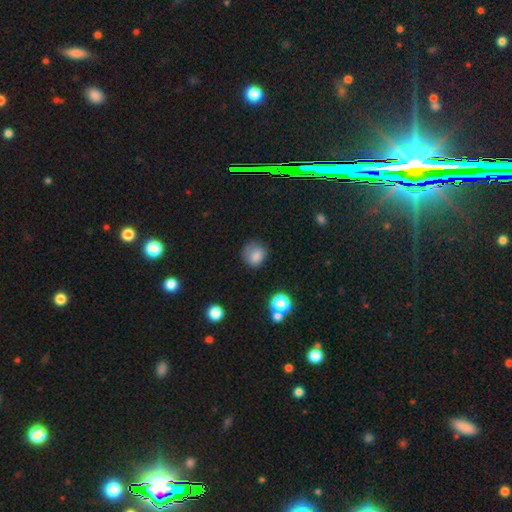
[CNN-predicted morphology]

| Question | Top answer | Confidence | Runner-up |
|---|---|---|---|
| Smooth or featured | smooth | 81% | star or artifact (12%) |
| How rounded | round | 73% | in between (26%) |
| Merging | none | 63% | minor disturbance (24%) |